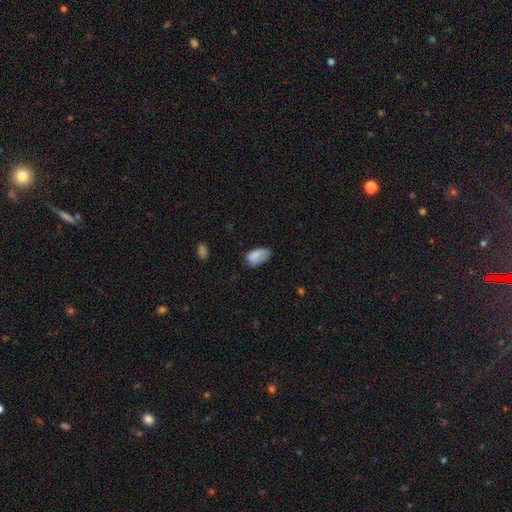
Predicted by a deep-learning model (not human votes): Smooth or featured?
  - smooth: 80% *
  - featured or disk: 12%
  - star or artifact: 8%
How rounded?
  - in between: 93% *
  - round: 5%
  - cigar-shaped: 2%
Merging?
  - none: 49% *
  - minor disturbance: 35%
  - major disturbance: 14%
  - merger: 2%